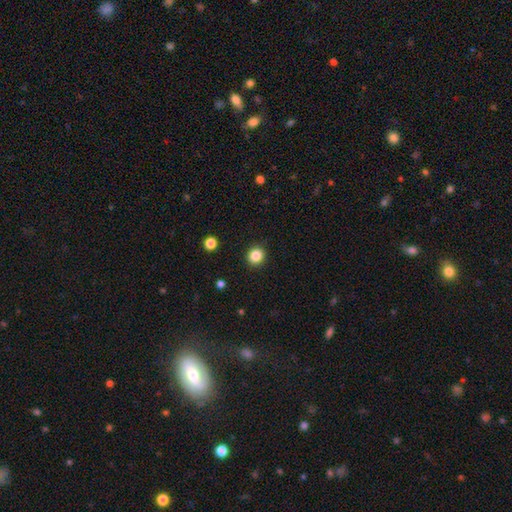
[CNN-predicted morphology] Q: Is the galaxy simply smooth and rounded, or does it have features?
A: smooth — 84%.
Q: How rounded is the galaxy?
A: round — 90%.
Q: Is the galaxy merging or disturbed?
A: none — 92%.